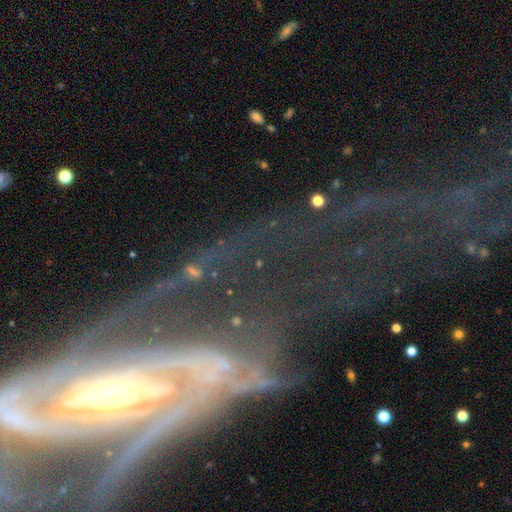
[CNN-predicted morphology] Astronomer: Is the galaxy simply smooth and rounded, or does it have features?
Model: featured or disk — 81%.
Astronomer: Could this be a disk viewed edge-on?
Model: no — 86%.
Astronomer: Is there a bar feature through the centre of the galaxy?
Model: no — 43% (runner-up: strong, 29%).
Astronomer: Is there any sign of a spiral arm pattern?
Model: yes — 84%.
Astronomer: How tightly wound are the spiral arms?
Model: tight — 38%, tied with medium at 38%.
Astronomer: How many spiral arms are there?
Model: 2 — 40% (runner-up: can't tell, 27%).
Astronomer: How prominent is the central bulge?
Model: moderate — 51% (runner-up: small, 36%).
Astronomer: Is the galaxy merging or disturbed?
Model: major disturbance — 39% (runner-up: none, 38%).